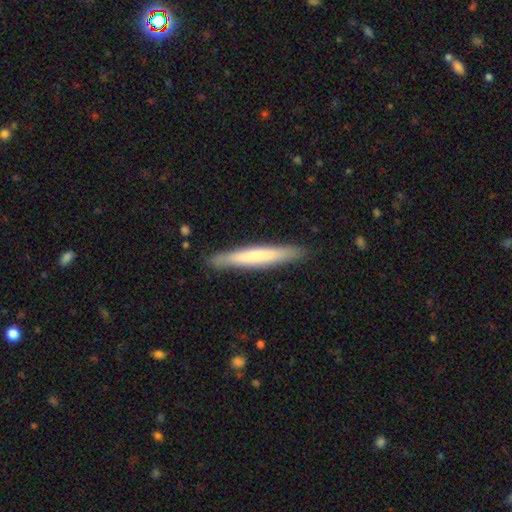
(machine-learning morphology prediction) A smooth galaxy with no disk features (57%) that is cigar-shaped (95%).

Vote fractions:
- Smooth or featured? smooth: 57% / featured or disk: 38% / star or artifact: 5%
- How rounded? cigar-shaped: 95% / in between: 4% / round: 1%
- Merging? none: 89% / minor disturbance: 8% / major disturbance: 2% / merger: 1%